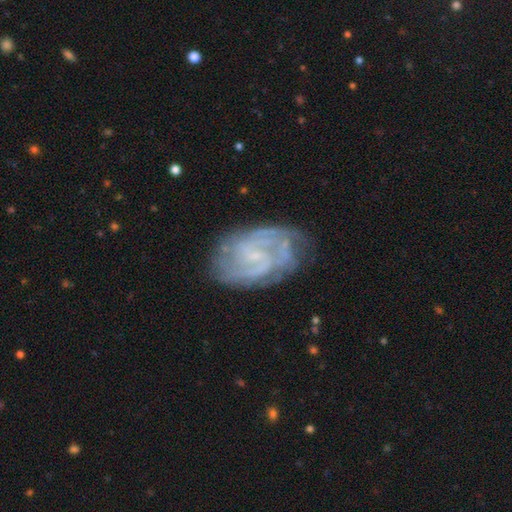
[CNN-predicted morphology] Smooth or featured: featured or disk — 83% (smooth — 11%)
Edge-on disk: no — 97% (yes — 3%)
Bar: weak — 49% (no — 40%)
Spiral arms: yes — 93% (no — 7%)
Spiral winding: tight — 50% (medium — 39%)
Spiral arm count: 2 — 38% (can't tell — 30%)
Bulge size: small — 62% (none — 24%)
Merging: none — 68% (minor disturbance — 21%)